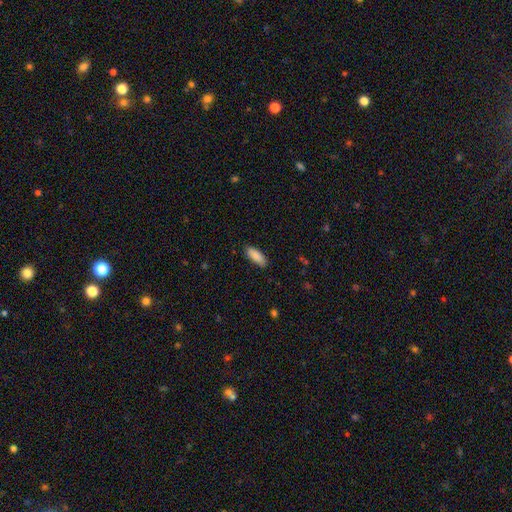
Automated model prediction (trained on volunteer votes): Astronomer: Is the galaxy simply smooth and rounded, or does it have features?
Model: smooth — 88%.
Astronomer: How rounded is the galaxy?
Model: in between — 71%.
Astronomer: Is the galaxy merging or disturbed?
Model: none — 87%.